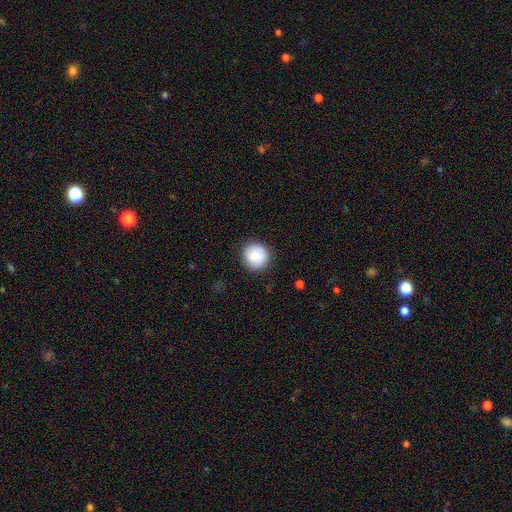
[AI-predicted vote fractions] A smooth galaxy with no disk features (85%) that is round (94%). Merging: none (89%).